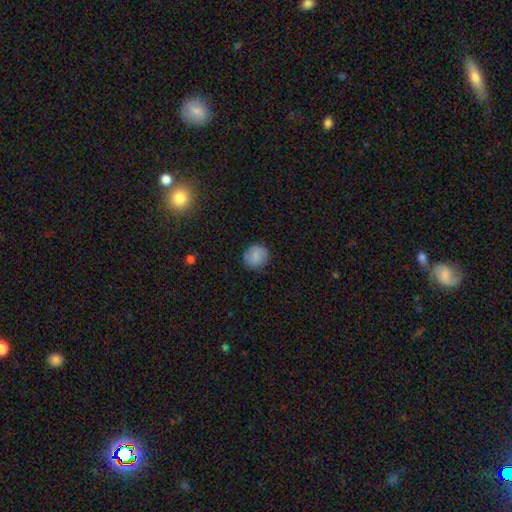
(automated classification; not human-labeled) Smooth or featured: smooth — 83% (featured or disk — 8%)
How rounded: round — 90% (in between — 9%)
Merging: none — 86% (minor disturbance — 11%)